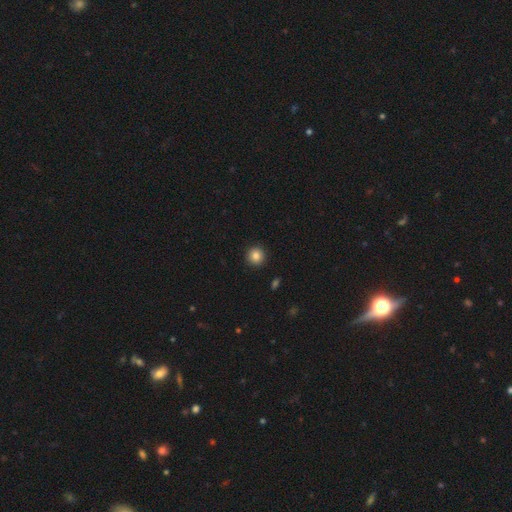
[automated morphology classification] smooth-or-featured: smooth: 85% | star or artifact: 10% | featured or disk: 5%
  how-rounded: round: 95% | in between: 4% | cigar-shaped: 1%
  merging: none: 93% | minor disturbance: 4% | major disturbance: 2% | merger: 1%